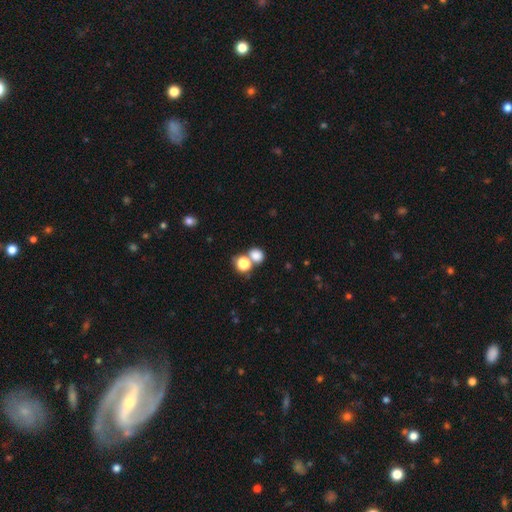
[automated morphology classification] smooth-or-featured: smooth: 79% | star or artifact: 14% | featured or disk: 6%
  how-rounded: round: 70% | in between: 29% | cigar-shaped: 1%
  merging: none: 51% | merger: 37% | minor disturbance: 8% | major disturbance: 4%